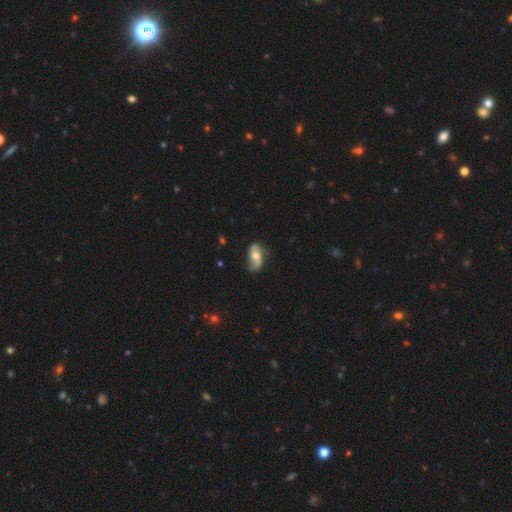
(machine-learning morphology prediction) This appears to be a featured or disk galaxy (70%) with no bar (51%), 2 (89%) loose (65%) spiral arms (92%) and a moderate central bulge (54%). Merging: none (70%).